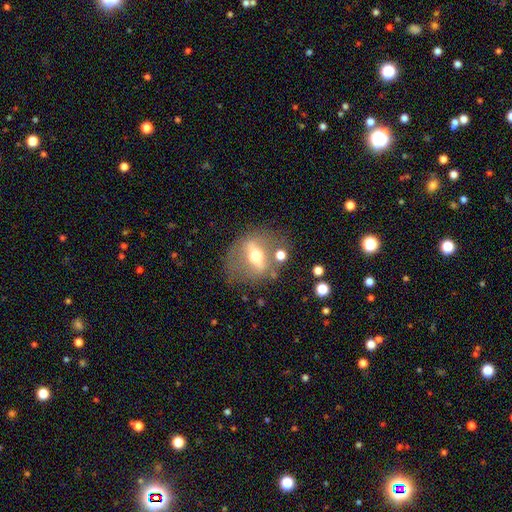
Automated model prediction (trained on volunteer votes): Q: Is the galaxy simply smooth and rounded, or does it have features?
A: featured or disk — 66%.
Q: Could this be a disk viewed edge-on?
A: no — 63%.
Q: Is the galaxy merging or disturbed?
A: none — 67%.